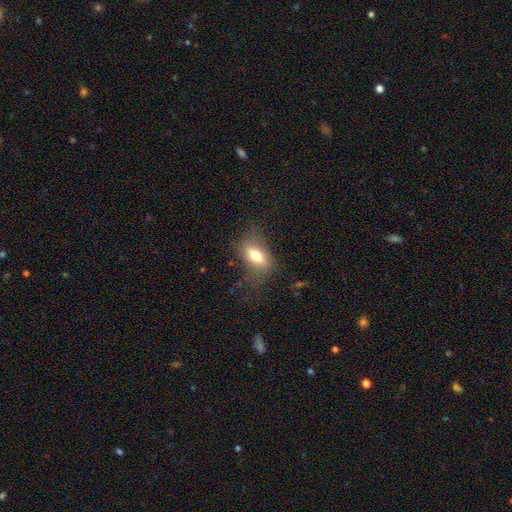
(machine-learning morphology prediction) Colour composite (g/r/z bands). It shows a smooth galaxy with no disk features (73%) that is in between round and cigar-shaped (82%). Merging: none (68%).